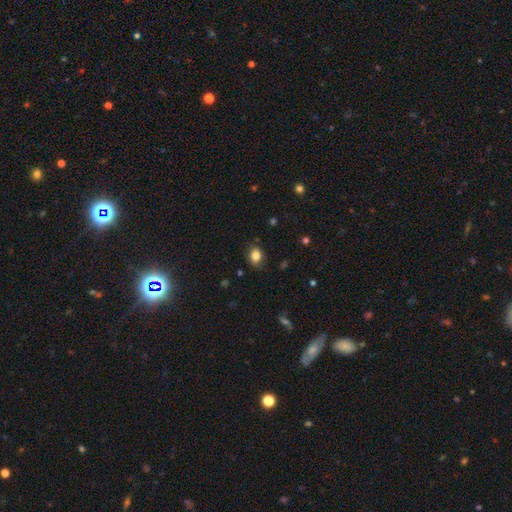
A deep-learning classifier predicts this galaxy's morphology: Smooth or featured? smooth (82%)
How rounded? in between (67%)
Merging? none (80%)